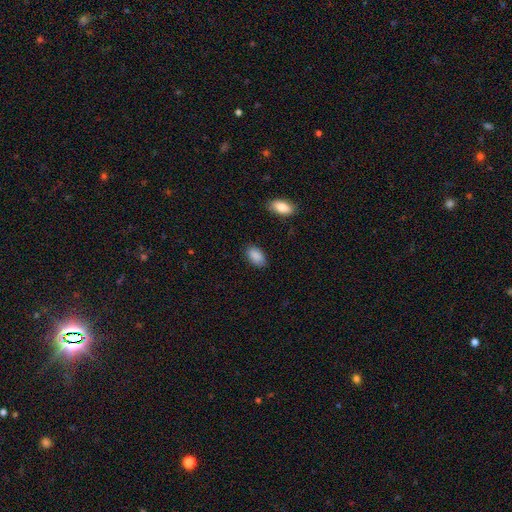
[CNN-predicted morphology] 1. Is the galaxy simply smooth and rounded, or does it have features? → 89% smooth, 7% star or artifact, 4% featured or disk.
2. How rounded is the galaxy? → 93% in between, 5% round, 2% cigar-shaped.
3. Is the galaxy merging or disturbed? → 82% none, 13% minor disturbance, 3% major disturbance, 2% merger.